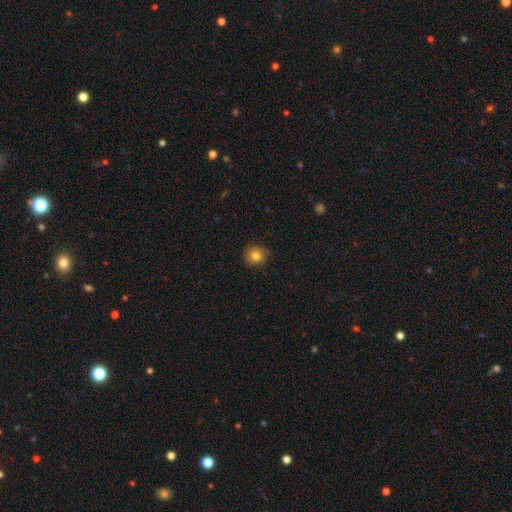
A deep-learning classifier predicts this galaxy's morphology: smooth-or-featured: smooth: 82% | star or artifact: 11% | featured or disk: 7%
  how-rounded: round: 87% | in between: 12% | cigar-shaped: 1%
  merging: none: 86% | minor disturbance: 11% | major disturbance: 2% | merger: 1%